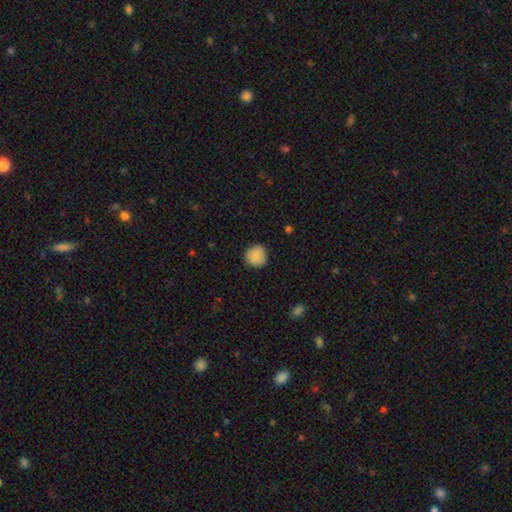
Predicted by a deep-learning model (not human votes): Overall: smooth (87%). How rounded: round (91%). Merging: none (83%).